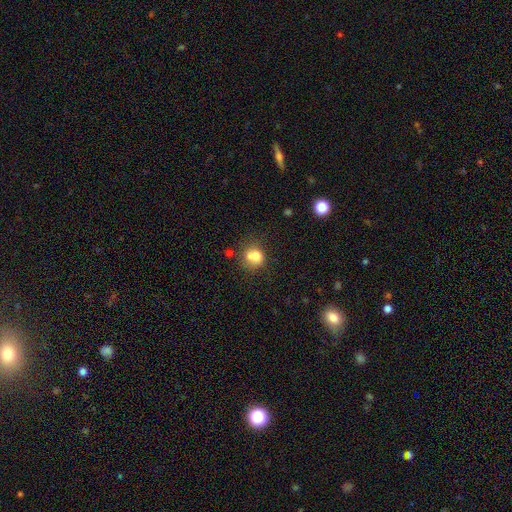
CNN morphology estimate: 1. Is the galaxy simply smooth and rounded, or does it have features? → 72% smooth, 16% featured or disk, 12% star or artifact.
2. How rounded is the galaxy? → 73% round, 26% in between, 1% cigar-shaped.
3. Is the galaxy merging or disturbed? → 41% merger, 40% none, 14% minor disturbance, 6% major disturbance.